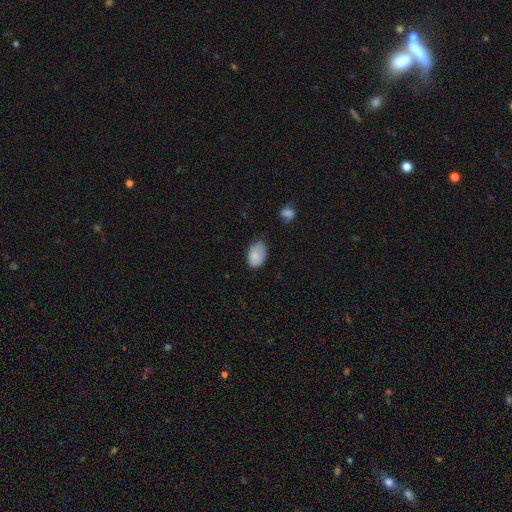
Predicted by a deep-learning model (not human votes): smooth_or_featured: smooth (p=0.82) [alt: featured or disk p=0.10]
how_rounded: in between (p=0.88) [alt: round p=0.11]
merging: none (p=0.56) [alt: minor disturbance p=0.34]